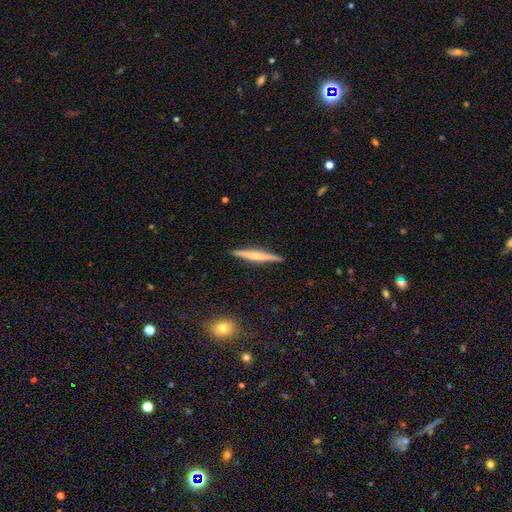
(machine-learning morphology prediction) Smooth or featured?
  - featured or disk: 55% *
  - smooth: 39%
  - star or artifact: 6%
Edge-on disk?
  - yes: 97% *
  - no: 3%
Edge-on bulge?
  - rounded: 60% *
  - none: 31%
  - boxy: 9%
Merging?
  - none: 91% *
  - minor disturbance: 6%
  - major disturbance: 1%
  - merger: 1%